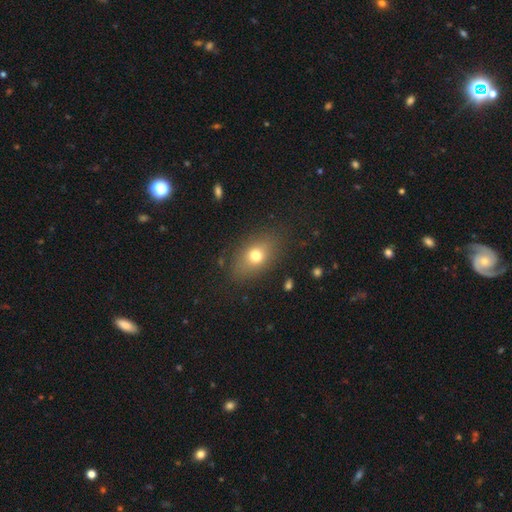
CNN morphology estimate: Q: Smooth or featured?
A: smooth (72%); runner-up: featured or disk (16%)
Q: How rounded?
A: in between (72%); runner-up: round (25%)
Q: Merging?
A: none (83%); runner-up: minor disturbance (11%)